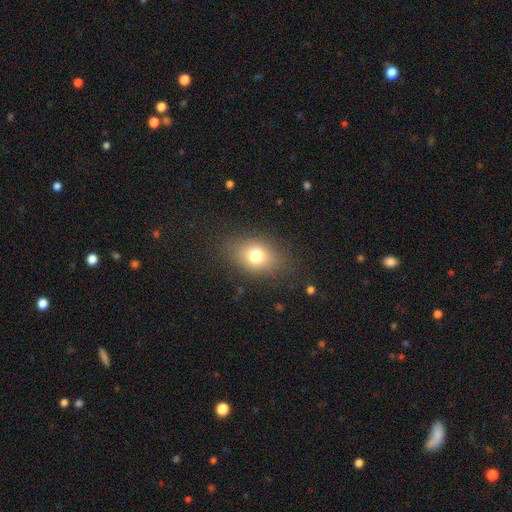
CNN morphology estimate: Smooth or featured? smooth (75%)
How rounded? in between (66%)
Merging? none (81%)